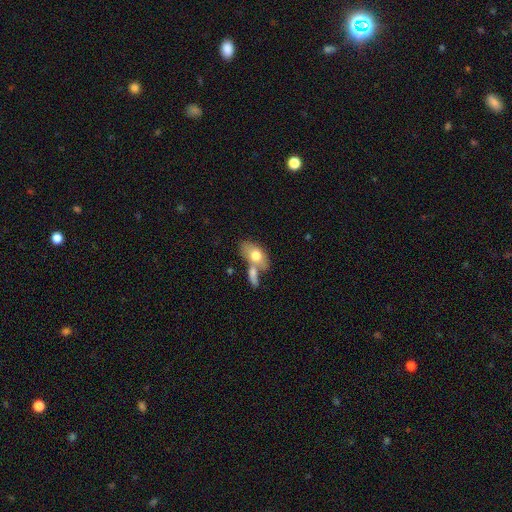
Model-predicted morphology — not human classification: Smooth or featured?
  - smooth: 69% *
  - featured or disk: 25%
  - star or artifact: 6%
How rounded?
  - in between: 87% *
  - round: 8%
  - cigar-shaped: 5%
Merging?
  - merger: 50% *
  - none: 32%
  - minor disturbance: 12%
  - major disturbance: 7%